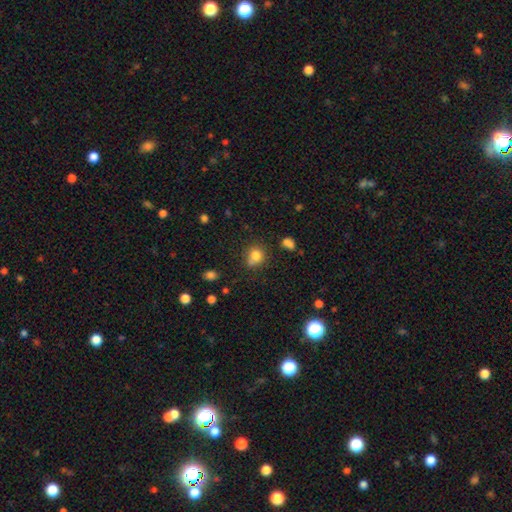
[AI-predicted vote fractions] smooth_or_featured: smooth (p=0.79) [alt: star or artifact p=0.13]
how_rounded: round (p=0.77) [alt: in between p=0.22]
merging: none (p=0.57) [alt: merger p=0.22]